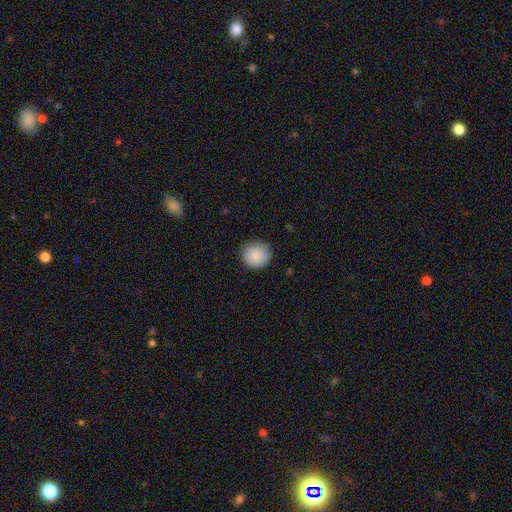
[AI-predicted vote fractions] Q: Smooth or featured?
A: smooth (89%); runner-up: star or artifact (8%)
Q: How rounded?
A: round (90%); runner-up: in between (9%)
Q: Merging?
A: none (87%); runner-up: minor disturbance (10%)